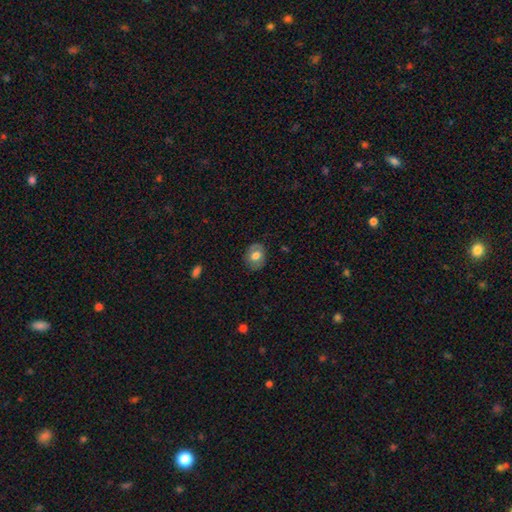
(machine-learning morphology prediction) This is likely a smooth galaxy (65%). How rounded: possibly round (56%). Merging: clearly none (81%).